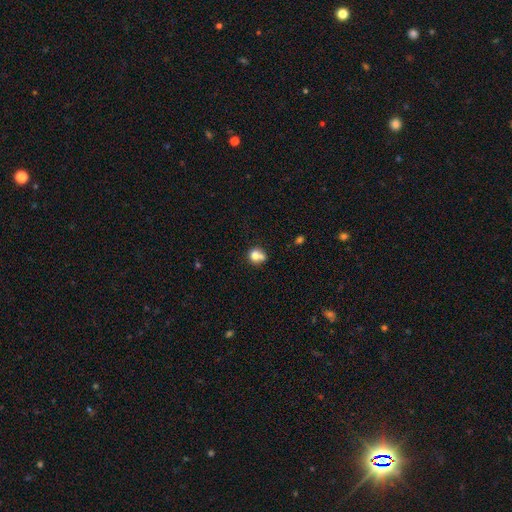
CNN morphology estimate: A smooth galaxy with no disk features (73%) that is round (75%). Merging: merger (42%).